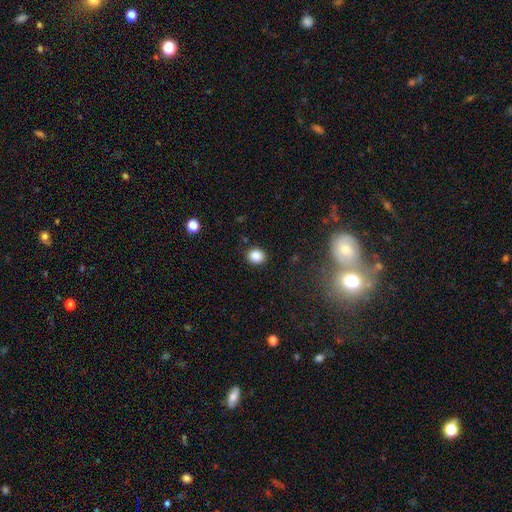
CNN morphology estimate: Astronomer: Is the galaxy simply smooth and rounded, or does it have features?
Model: smooth — 85%.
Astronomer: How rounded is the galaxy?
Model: round — 72%.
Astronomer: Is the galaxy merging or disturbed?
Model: none — 89%.